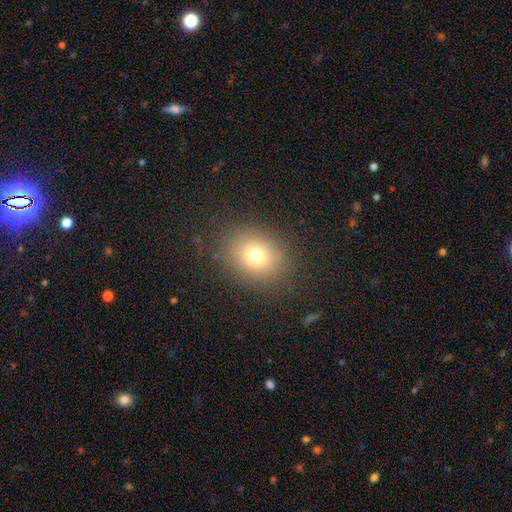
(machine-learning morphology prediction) Smooth or featured? Predicted: smooth (p=0.73). How rounded? Predicted: round (p=0.57). Merging? Predicted: none (p=0.85).